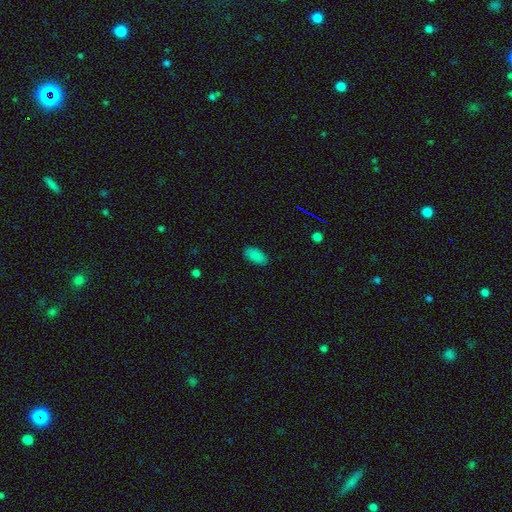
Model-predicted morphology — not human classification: smooth 86%, star or artifact 10%, featured or disk 4%. Down the decision tree: how rounded — in between (94%); merging — none (87%).